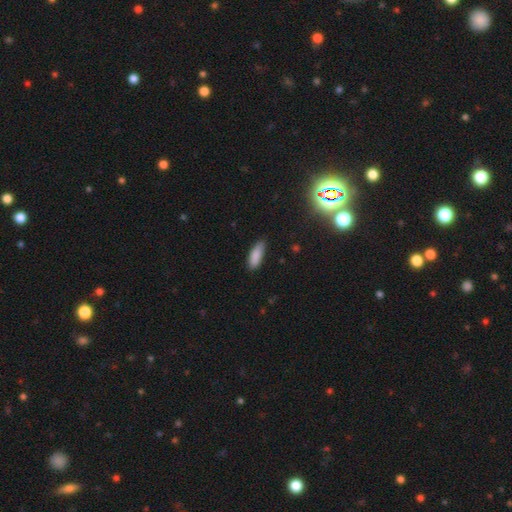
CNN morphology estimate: A smooth galaxy with no disk features (87%) that is in between round and cigar-shaped (63%).

Vote fractions:
- Smooth or featured? smooth: 87% / star or artifact: 7% / featured or disk: 6%
- How rounded? in between: 63% / cigar-shaped: 36% / round: 2%
- Merging? none: 78% / minor disturbance: 18% / major disturbance: 3% / merger: 1%